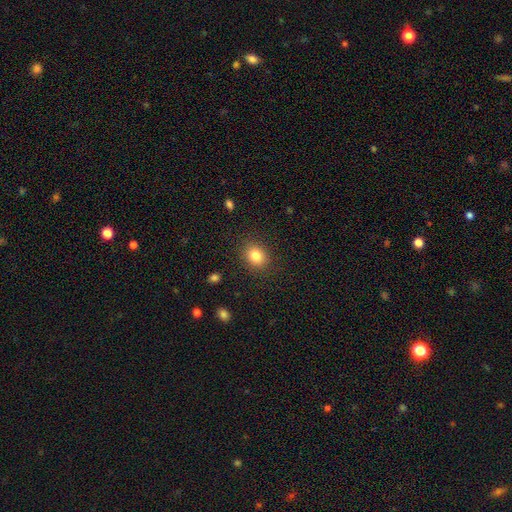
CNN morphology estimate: Overall: smooth (82%). How rounded: round (55%; in between 44%). Merging: none (88%).